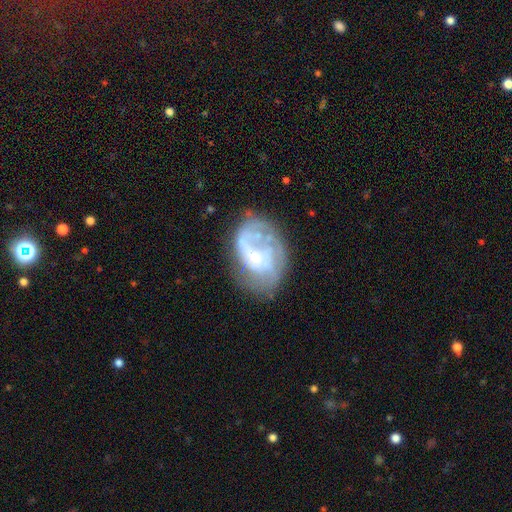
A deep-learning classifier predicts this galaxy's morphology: The model was most divided on "merging": none: 46%, major disturbance: 26%, minor disturbance: 24%, merger: 5%. More confident: edge-on disk — no (98%); smooth or featured — featured or disk (70%); spiral arms — yes (66%); bar — no (59%); bulge size — small (54%).